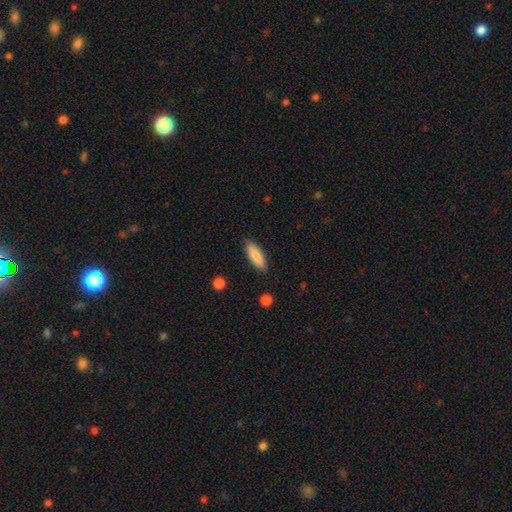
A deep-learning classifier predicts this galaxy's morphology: Smooth or featured?
  - smooth: 82% *
  - featured or disk: 13%
  - star or artifact: 6%
How rounded?
  - in between: 59% *
  - cigar-shaped: 39%
  - round: 2%
Merging?
  - none: 84% *
  - minor disturbance: 12%
  - major disturbance: 2%
  - merger: 1%